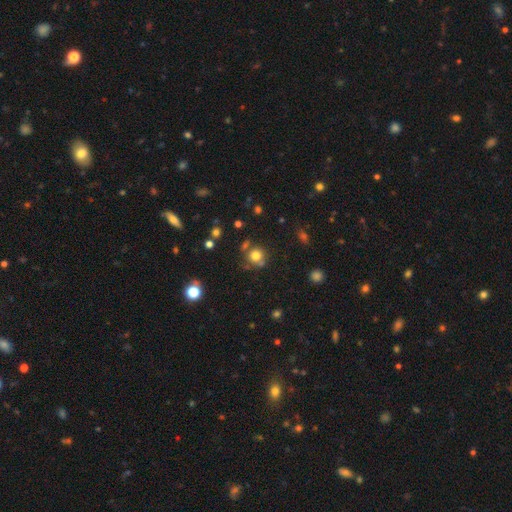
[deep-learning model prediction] A smooth galaxy with no disk features (76%) that is round (87%). Merging: none (66%).